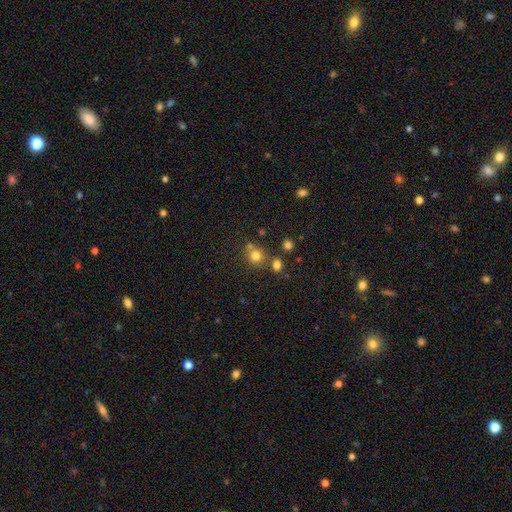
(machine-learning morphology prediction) Smooth or featured? smooth (77%)
How rounded? round (87%)
Merging? none (66%)